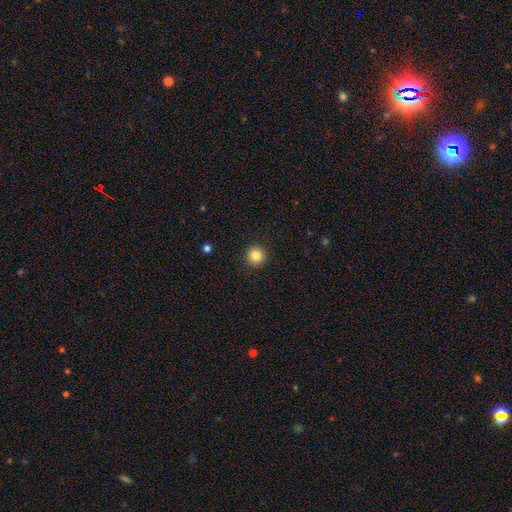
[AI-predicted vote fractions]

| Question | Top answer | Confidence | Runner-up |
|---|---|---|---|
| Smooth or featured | smooth | 85% | star or artifact (11%) |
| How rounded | round | 96% | in between (3%) |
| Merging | none | 93% | minor disturbance (4%) |